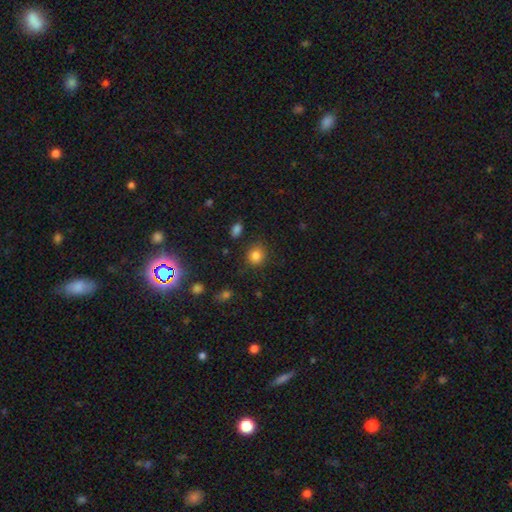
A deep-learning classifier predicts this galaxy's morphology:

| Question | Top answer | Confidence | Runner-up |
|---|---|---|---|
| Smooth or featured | smooth | 83% | star or artifact (12%) |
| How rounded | round | 82% | in between (17%) |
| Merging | none | 82% | minor disturbance (12%) |